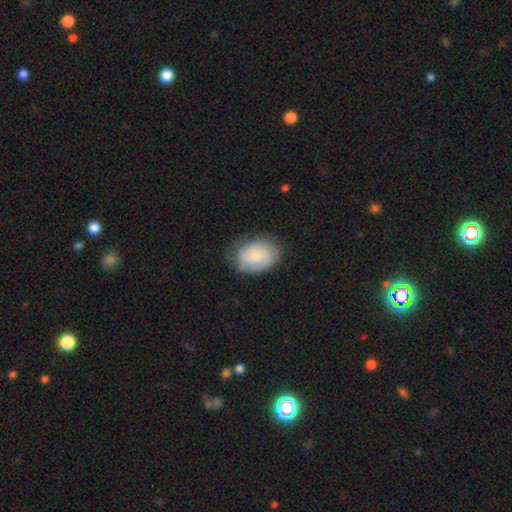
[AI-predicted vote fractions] Smooth or featured?
  - smooth: 65% *
  - featured or disk: 28%
  - star or artifact: 7%
How rounded?
  - in between: 74% *
  - round: 25%
  - cigar-shaped: 1%
Merging?
  - none: 63% *
  - minor disturbance: 27%
  - major disturbance: 9%
  - merger: 1%